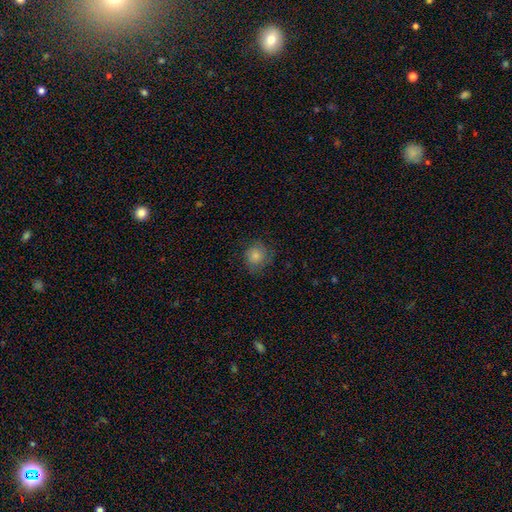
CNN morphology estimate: Smooth or featured?
  - smooth: 76% *
  - featured or disk: 16%
  - star or artifact: 9%
How rounded?
  - round: 83% *
  - in between: 16%
  - cigar-shaped: 1%
Merging?
  - none: 73% *
  - minor disturbance: 19%
  - major disturbance: 7%
  - merger: 1%